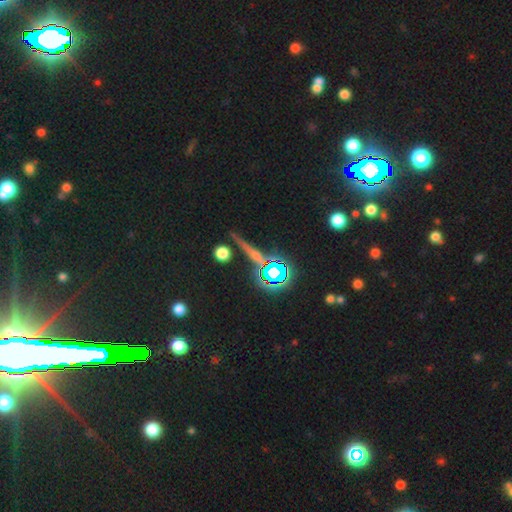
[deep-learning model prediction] smooth_or_featured: star or artifact (p=0.51) [alt: featured or disk p=0.25]